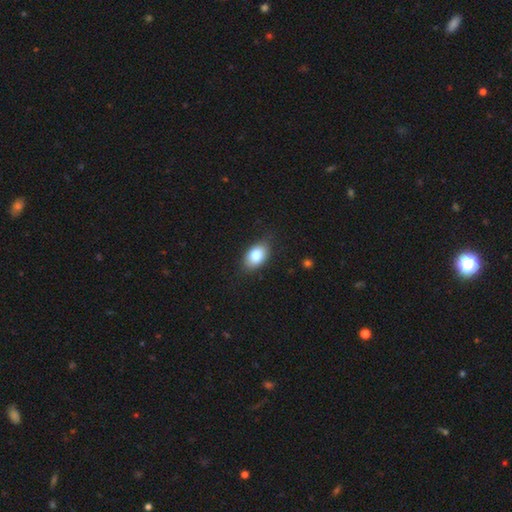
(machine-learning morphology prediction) Overall: smooth (81%). How rounded: in between (87%). Merging: none (82%).